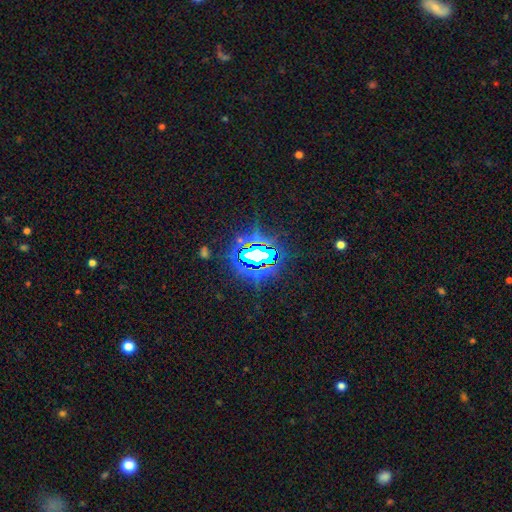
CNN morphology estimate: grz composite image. It shows a star or artifact, not a galaxy (77%).